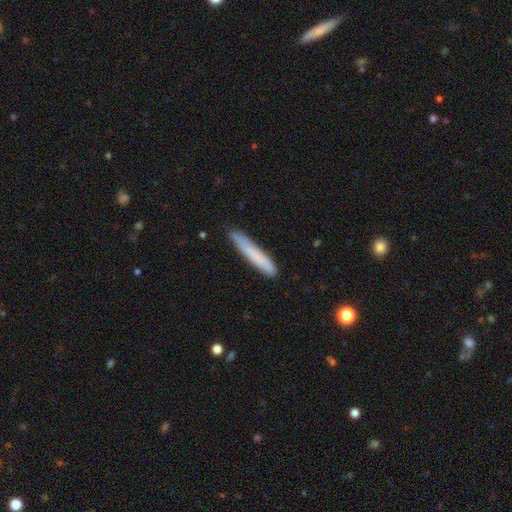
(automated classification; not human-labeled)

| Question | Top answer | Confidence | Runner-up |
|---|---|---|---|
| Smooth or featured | smooth | 75% | featured or disk (19%) |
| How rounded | cigar-shaped | 94% | in between (5%) |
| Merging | none | 81% | minor disturbance (15%) |